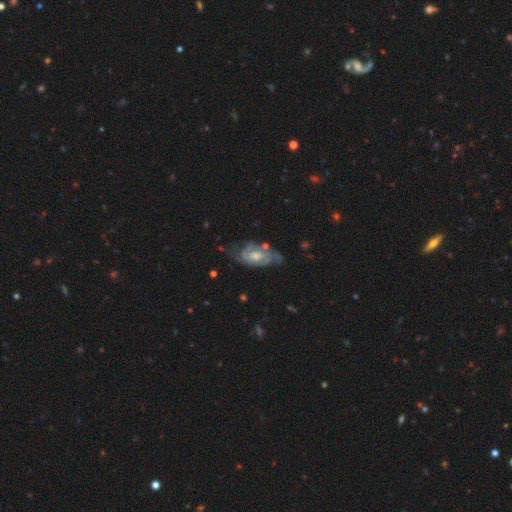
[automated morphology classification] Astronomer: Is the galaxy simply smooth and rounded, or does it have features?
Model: featured or disk — 82%.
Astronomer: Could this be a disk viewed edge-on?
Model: no — 95%.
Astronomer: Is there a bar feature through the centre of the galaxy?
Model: no — 58% (runner-up: weak, 36%).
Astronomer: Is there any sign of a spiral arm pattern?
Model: yes — 93%.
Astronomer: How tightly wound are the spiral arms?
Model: tight — 50% (runner-up: medium, 39%).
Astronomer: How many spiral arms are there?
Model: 2 — 55%.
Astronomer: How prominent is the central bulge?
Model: moderate — 59%.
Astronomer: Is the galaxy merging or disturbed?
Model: none — 59%.